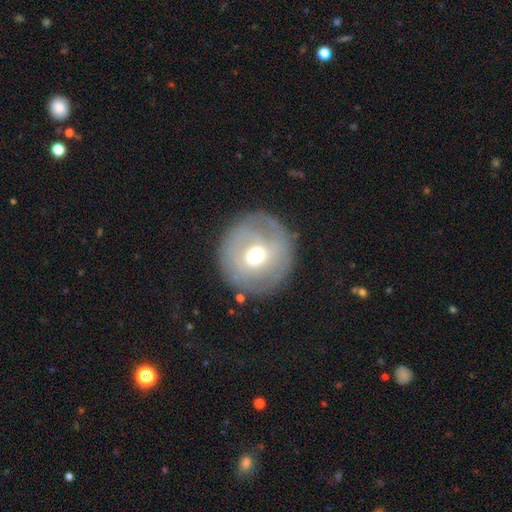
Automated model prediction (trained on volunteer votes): This appears to be a featured or disk galaxy (50%). Merging: none (80%).